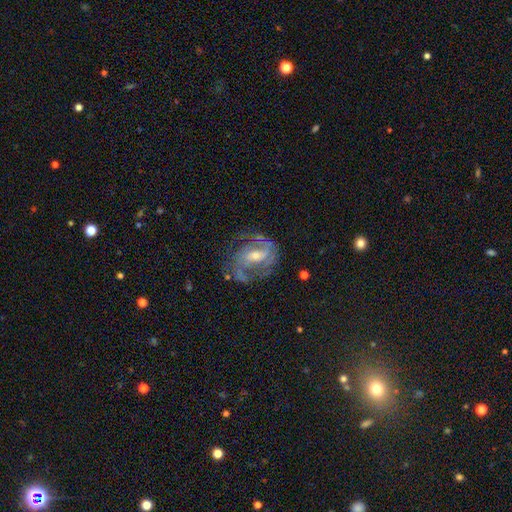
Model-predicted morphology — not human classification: This is clearly a featured or disk galaxy (85%). It is clearly not viewed edge-on (97%). Bar: possibly weak (50%). Spiral arm pattern: clearly yes (93%). Spiral arm count: possibly 2 (59%). Spiral winding: possibly medium (49%). Central bulge: possibly moderate (48%). Merging: likely none (62%).